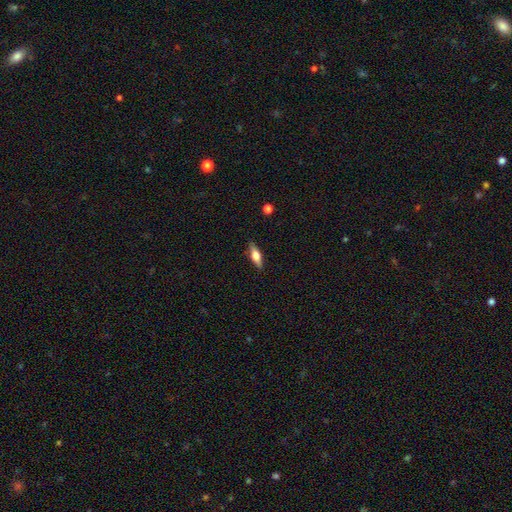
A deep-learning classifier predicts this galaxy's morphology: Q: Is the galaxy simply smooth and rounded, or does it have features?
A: smooth — 51%.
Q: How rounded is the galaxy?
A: in between — 52%.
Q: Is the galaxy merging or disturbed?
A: none — 86%.